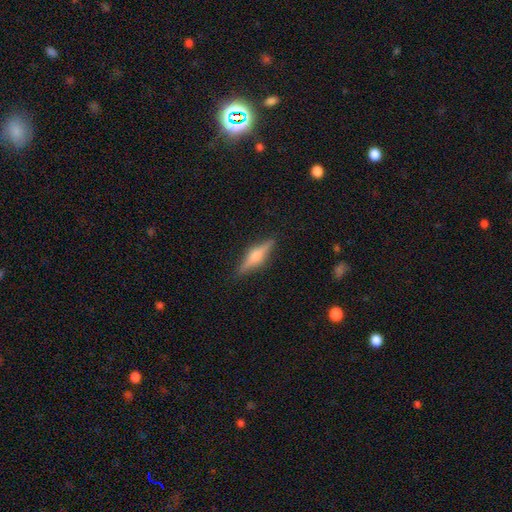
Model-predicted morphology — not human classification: A featured or disk galaxy (67%) viewed edge-on (97%) with a rounded central bulge (90%).

Vote fractions:
- Smooth or featured? featured or disk: 67% / smooth: 26% / star or artifact: 7%
- Edge-on disk? yes: 97% / no: 3%
- Edge-on bulge? rounded: 90% / boxy: 7% / none: 3%
- Merging? none: 89% / minor disturbance: 8% / major disturbance: 2% / merger: 1%